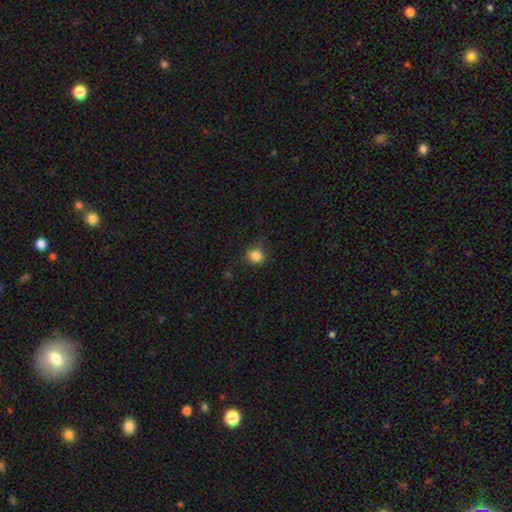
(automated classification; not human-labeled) Smooth or featured: smooth — 84% (star or artifact — 11%)
How rounded: round — 68% (in between — 31%)
Merging: none — 72% (minor disturbance — 21%)